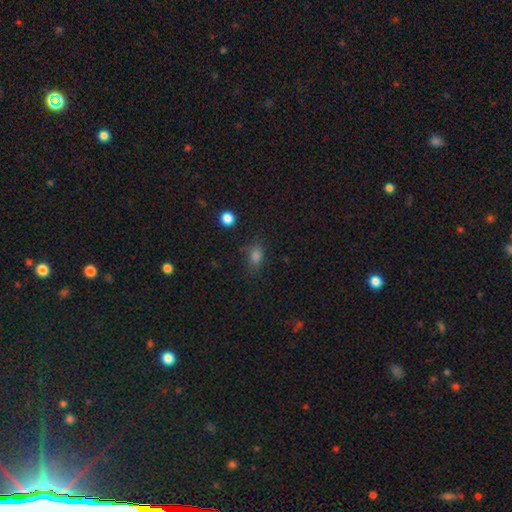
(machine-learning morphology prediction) A smooth galaxy with no disk features (75%) that is in between round and cigar-shaped (66%).

Vote fractions:
- Smooth or featured? smooth: 75% / star or artifact: 18% / featured or disk: 7%
- How rounded? in between: 66% / round: 31% / cigar-shaped: 3%
- Merging? none: 74% / minor disturbance: 17% / major disturbance: 6% / merger: 2%